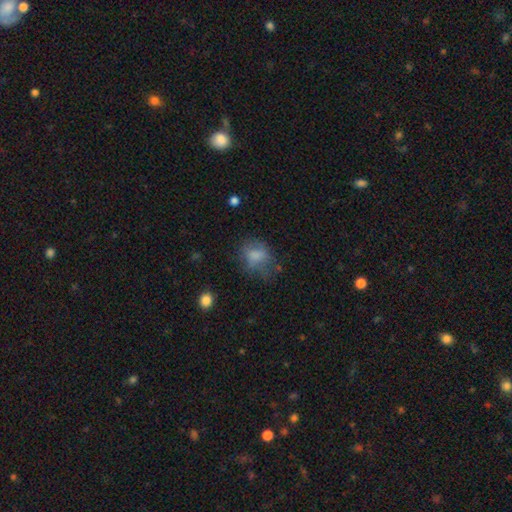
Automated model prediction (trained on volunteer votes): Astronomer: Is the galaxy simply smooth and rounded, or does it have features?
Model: smooth — 68%.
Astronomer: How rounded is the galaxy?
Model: in between — 50% (runner-up: round, 49%).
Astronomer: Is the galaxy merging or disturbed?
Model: none — 44% (runner-up: major disturbance, 27%).